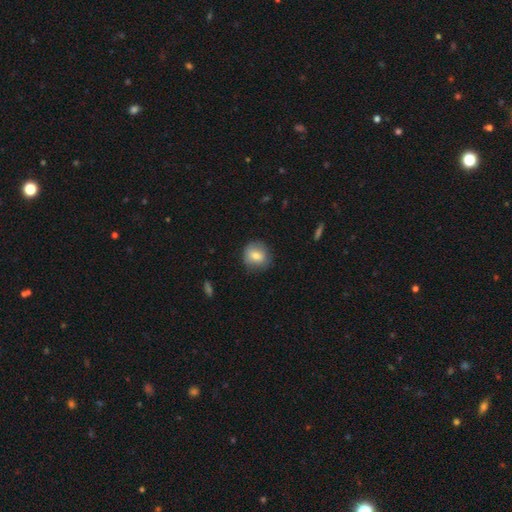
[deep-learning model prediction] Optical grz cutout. It shows a smooth galaxy with no disk features (77%) that is round (83%). Merging: none (79%).